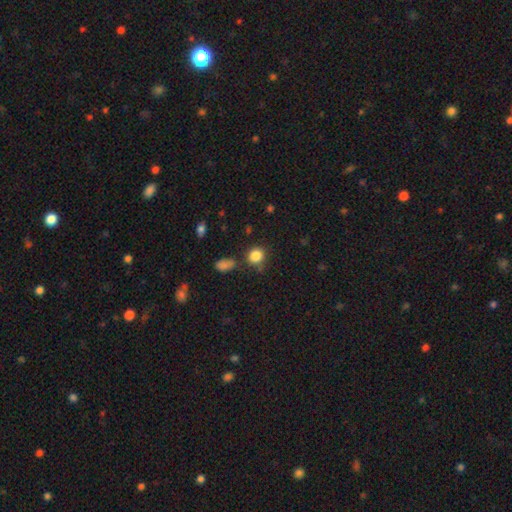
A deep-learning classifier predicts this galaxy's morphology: type=smooth (85%); roundness=round (82%); merging=none (74%).